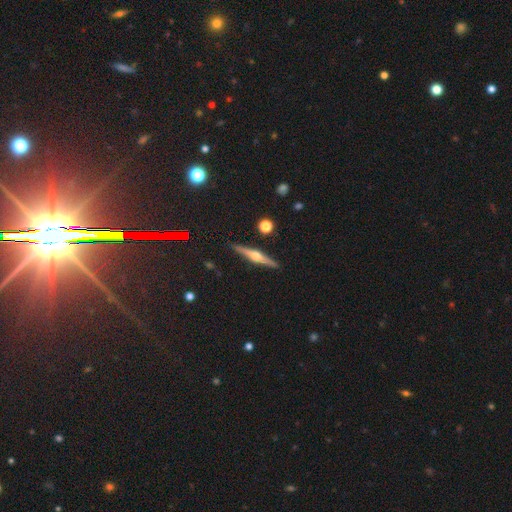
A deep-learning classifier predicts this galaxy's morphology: Q: Smooth or featured?
A: featured or disk (78%); runner-up: smooth (15%)
Q: Edge-on disk?
A: yes (98%); runner-up: no (2%)
Q: Edge-on bulge?
A: rounded (93%); runner-up: boxy (4%)
Q: Merging?
A: none (92%); runner-up: minor disturbance (6%)